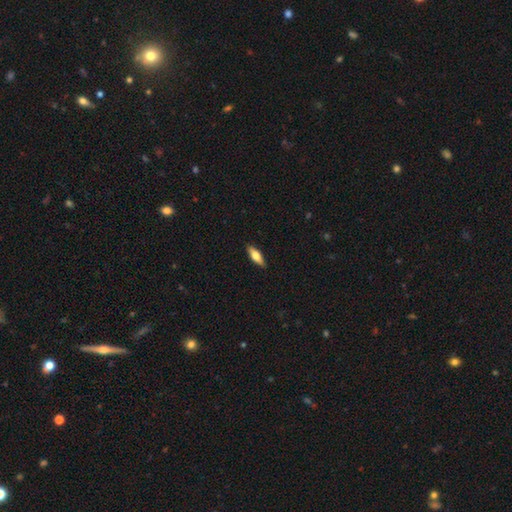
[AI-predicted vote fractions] This appears to be a smooth galaxy with no disk features (57%) that is in between round and cigar-shaped (57%). Merging: none (89%).